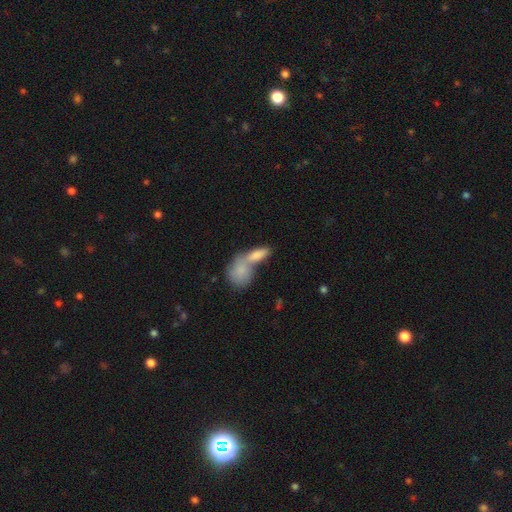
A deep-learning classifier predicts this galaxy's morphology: Overall: smooth (76%). How rounded: in between (72%). Merging: merger (60%; none 29%).